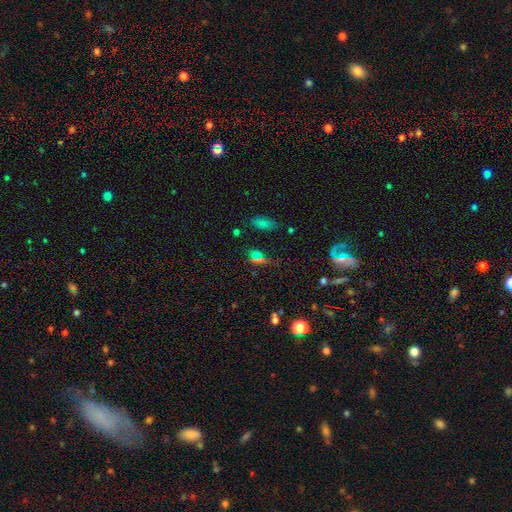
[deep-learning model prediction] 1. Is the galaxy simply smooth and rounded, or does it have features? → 49% smooth, 39% star or artifact, 12% featured or disk.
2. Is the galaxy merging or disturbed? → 64% none, 15% minor disturbance, 13% merger, 8% major disturbance.